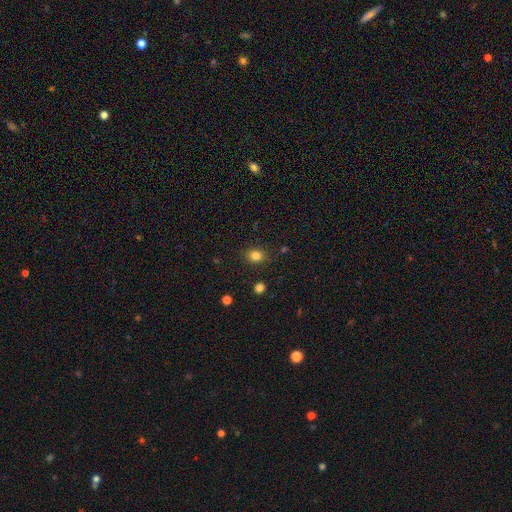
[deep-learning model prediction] smooth-or-featured: smooth: 81% | star or artifact: 13% | featured or disk: 6%
  how-rounded: round: 58% | in between: 41% | cigar-shaped: 1%
  merging: none: 85% | minor disturbance: 10% | major disturbance: 3% | merger: 2%